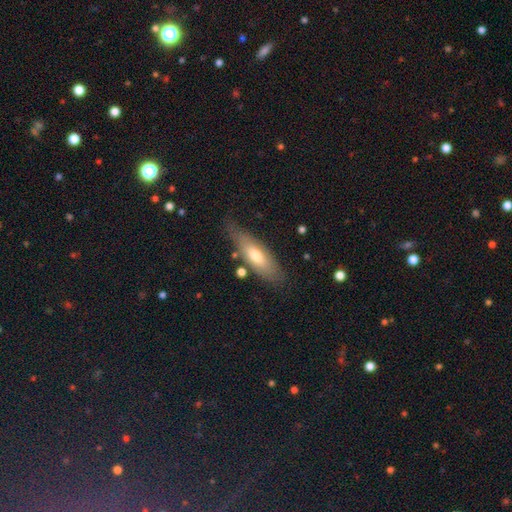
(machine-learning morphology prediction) A smooth galaxy with no disk features (59%) that is in between round and cigar-shaped (51%). Merging: none (71%).